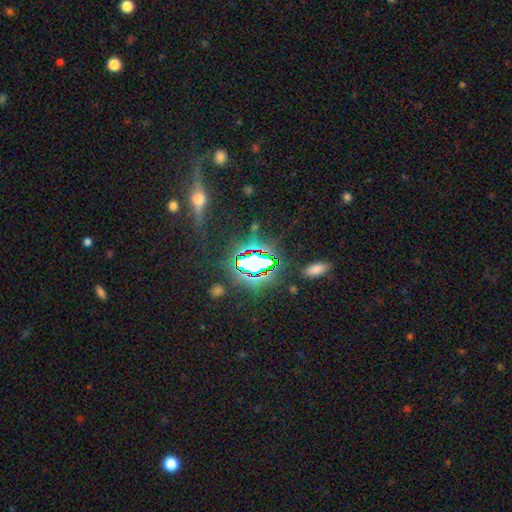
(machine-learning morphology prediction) The model was most divided on "smooth or featured": star or artifact: 62%, featured or disk: 25%, smooth: 13%.